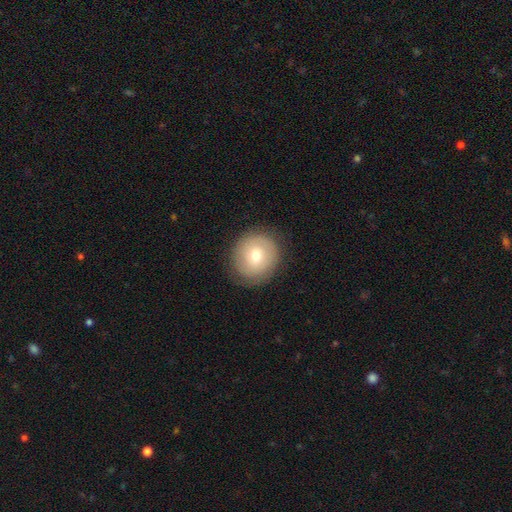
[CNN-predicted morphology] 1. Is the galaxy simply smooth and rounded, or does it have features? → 61% smooth, 31% featured or disk, 8% star or artifact.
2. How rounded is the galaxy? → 86% round, 13% in between, 1% cigar-shaped.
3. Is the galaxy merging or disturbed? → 82% none, 13% minor disturbance, 4% major disturbance, 1% merger.